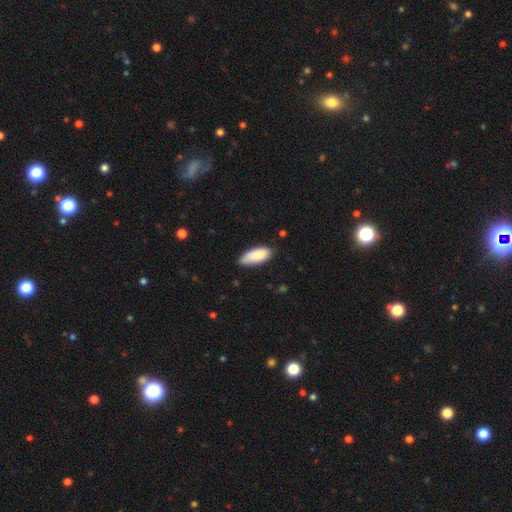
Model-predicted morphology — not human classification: smooth_or_featured: smooth (p=0.86) [alt: featured or disk p=0.08]
how_rounded: in between (p=0.81) [alt: cigar-shaped p=0.17]
merging: none (p=0.77) [alt: minor disturbance p=0.19]